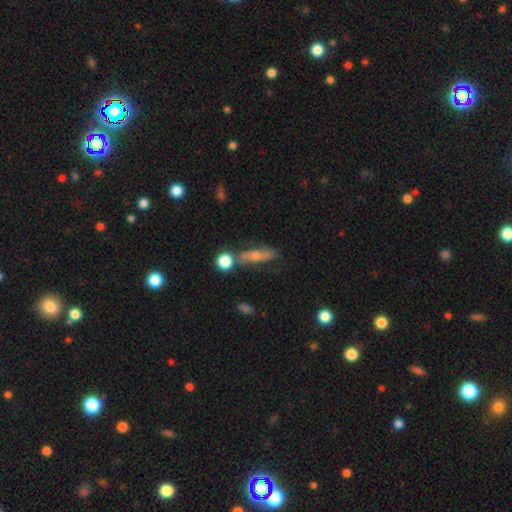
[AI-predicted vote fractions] featured or disk 57%, smooth 31%, star or artifact 12%. Down the decision tree: edge-on disk — no (59%); merging — none (64%).